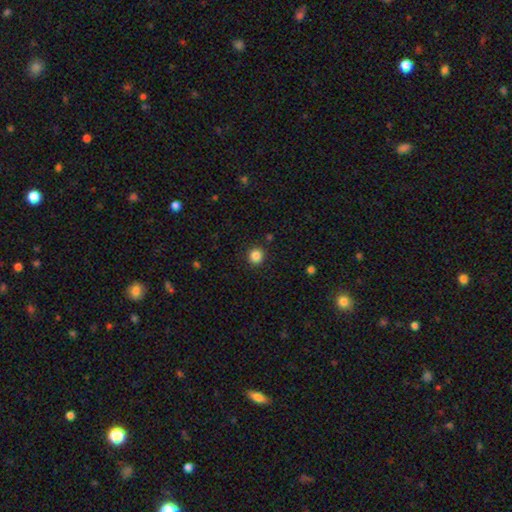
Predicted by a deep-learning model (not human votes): smooth-or-featured: smooth: 86% | star or artifact: 11% | featured or disk: 3%
  how-rounded: round: 92% | in between: 7% | cigar-shaped: 1%
  merging: none: 91% | minor disturbance: 5% | major disturbance: 2% | merger: 1%